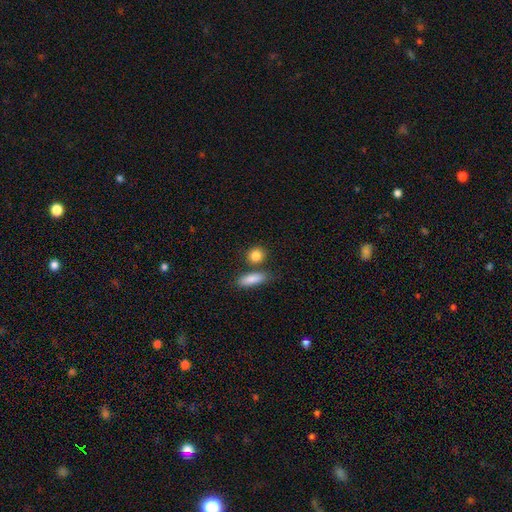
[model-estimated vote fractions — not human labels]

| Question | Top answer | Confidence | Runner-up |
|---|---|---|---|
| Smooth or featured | smooth | 85% | star or artifact (8%) |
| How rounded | round | 68% | in between (26%) |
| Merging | none | 72% | merger (15%) |